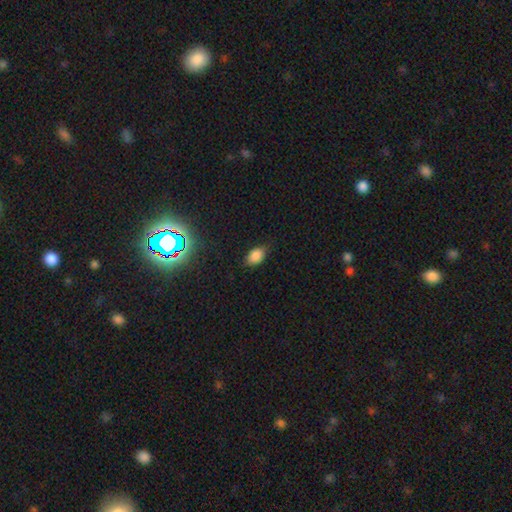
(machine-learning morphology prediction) This appears to be a smooth galaxy with no disk features (81%) that is in between round and cigar-shaped (86%). Merging: none (78%).